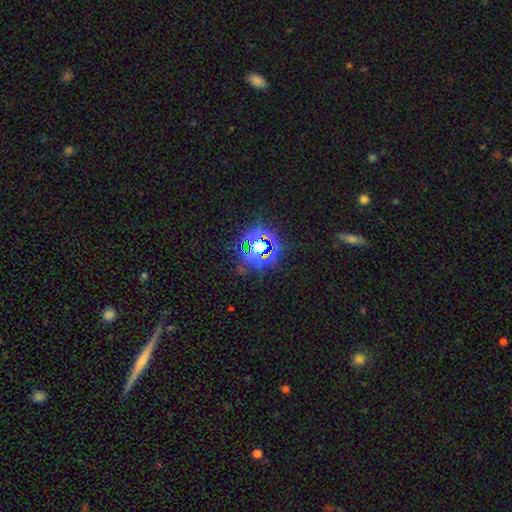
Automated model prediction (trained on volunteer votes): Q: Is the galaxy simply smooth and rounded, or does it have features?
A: star or artifact — 76%.